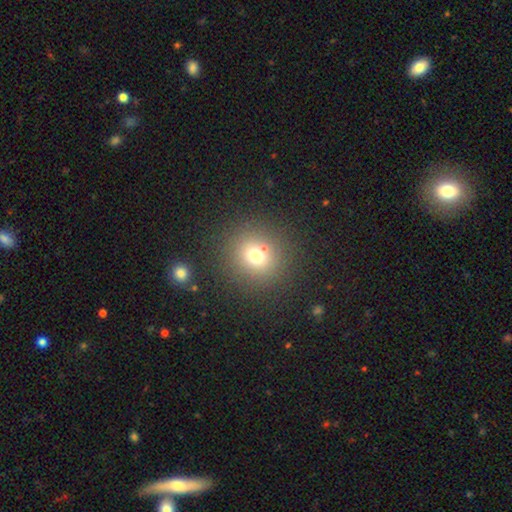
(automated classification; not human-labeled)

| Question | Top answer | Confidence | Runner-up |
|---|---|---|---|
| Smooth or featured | smooth | 68% | star or artifact (20%) |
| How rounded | round | 90% | in between (10%) |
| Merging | none | 77% | merger (11%) |